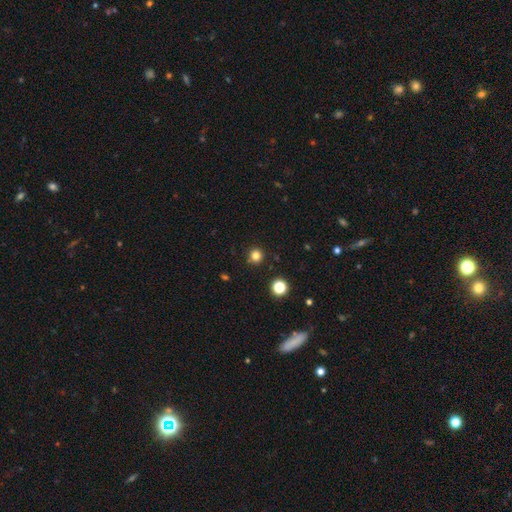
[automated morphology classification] Smooth or featured: smooth — 81% (star or artifact — 14%)
How rounded: round — 94% (in between — 5%)
Merging: none — 91% (minor disturbance — 6%)